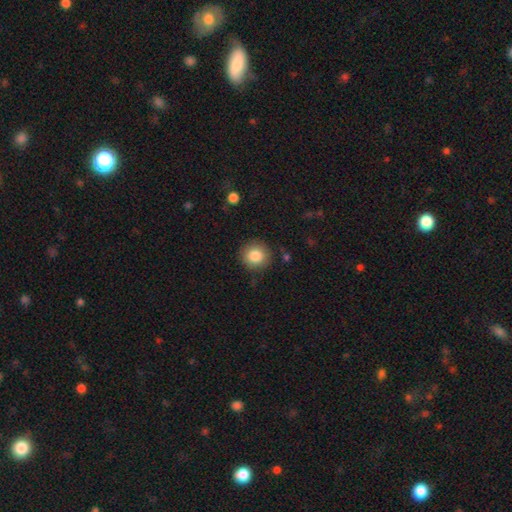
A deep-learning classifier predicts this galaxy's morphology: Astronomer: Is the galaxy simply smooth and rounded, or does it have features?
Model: smooth — 85%.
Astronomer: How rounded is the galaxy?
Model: round — 93%.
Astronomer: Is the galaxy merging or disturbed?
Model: none — 87%.